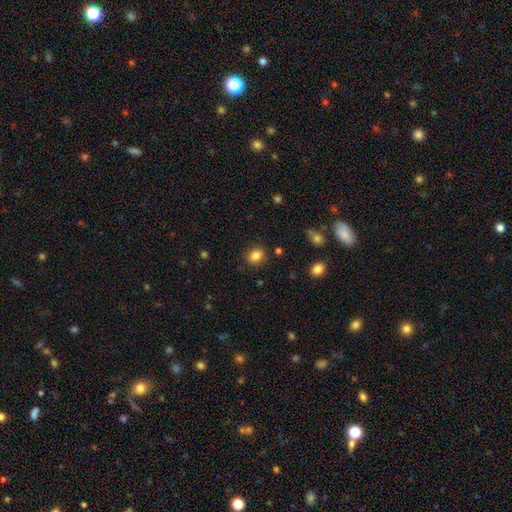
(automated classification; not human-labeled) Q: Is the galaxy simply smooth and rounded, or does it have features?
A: smooth — 84%.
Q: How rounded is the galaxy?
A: round — 62%.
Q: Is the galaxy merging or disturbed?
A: none — 87%.